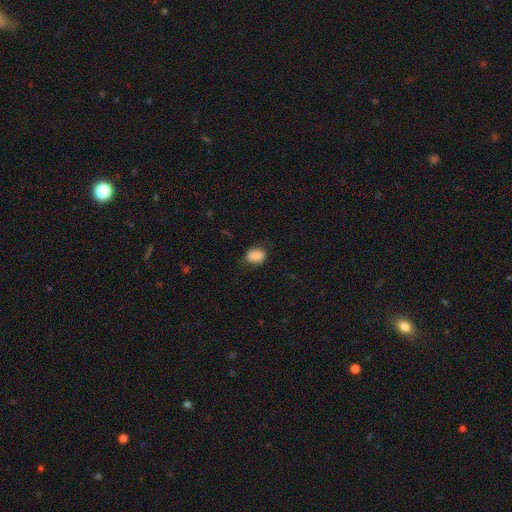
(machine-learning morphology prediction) Smooth or featured: smooth — 85% (star or artifact — 8%)
How rounded: in between — 67% (round — 32%)
Merging: none — 73% (minor disturbance — 21%)